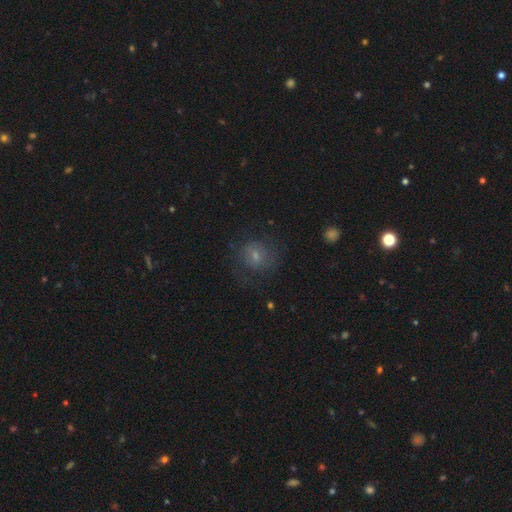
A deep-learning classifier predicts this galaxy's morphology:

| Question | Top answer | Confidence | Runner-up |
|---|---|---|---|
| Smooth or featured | smooth | 52% | featured or disk (35%) |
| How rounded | round | 79% | in between (20%) |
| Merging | none | 63% | minor disturbance (19%) |